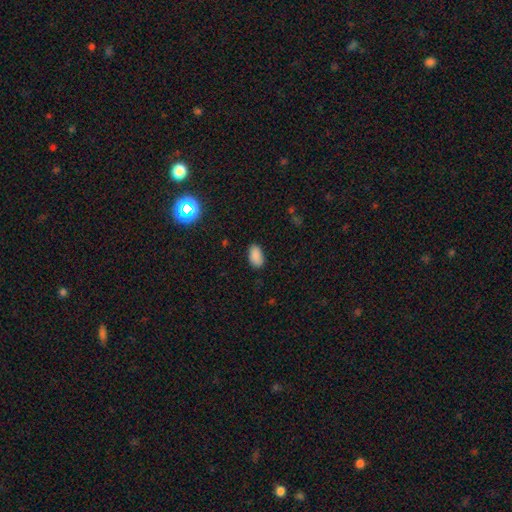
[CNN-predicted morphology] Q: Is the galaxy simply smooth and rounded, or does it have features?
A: smooth — 88%.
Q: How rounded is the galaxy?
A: in between — 94%.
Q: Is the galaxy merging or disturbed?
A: none — 85%.